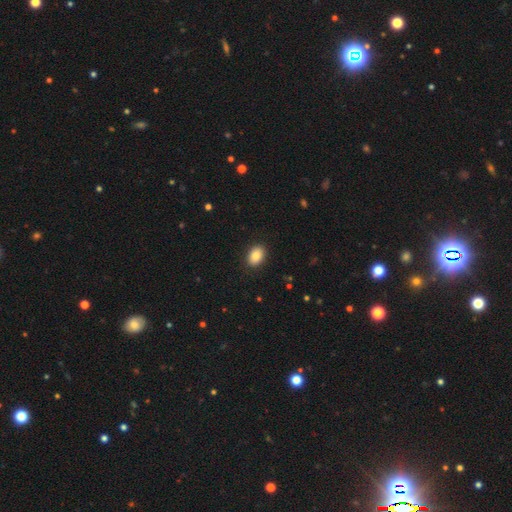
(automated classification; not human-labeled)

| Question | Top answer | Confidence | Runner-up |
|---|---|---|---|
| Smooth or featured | smooth | 86% | star or artifact (8%) |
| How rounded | in between | 84% | round (15%) |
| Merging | none | 89% | minor disturbance (8%) |